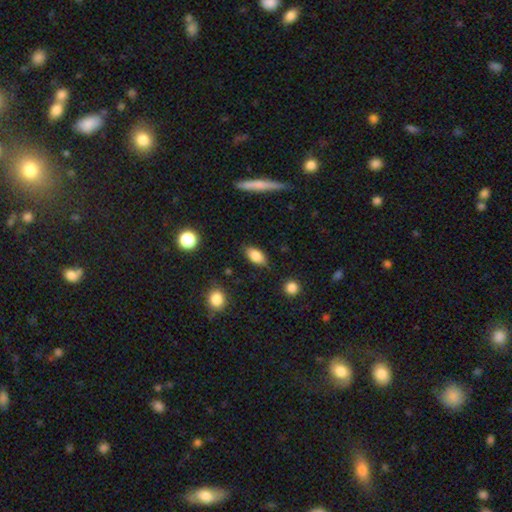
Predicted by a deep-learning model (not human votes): This appears to be a smooth galaxy with no disk features (84%) that is in between round and cigar-shaped (89%). Merging: none (83%).